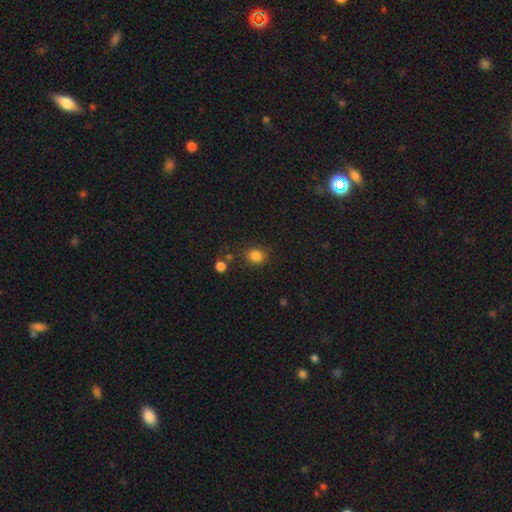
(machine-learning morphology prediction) A smooth galaxy with no disk features (83%) that is round (56%).

Vote fractions:
- Smooth or featured? smooth: 83% / star or artifact: 12% / featured or disk: 5%
- How rounded? round: 56% / in between: 43% / cigar-shaped: 1%
- Merging? none: 77% / minor disturbance: 13% / merger: 5% / major disturbance: 5%